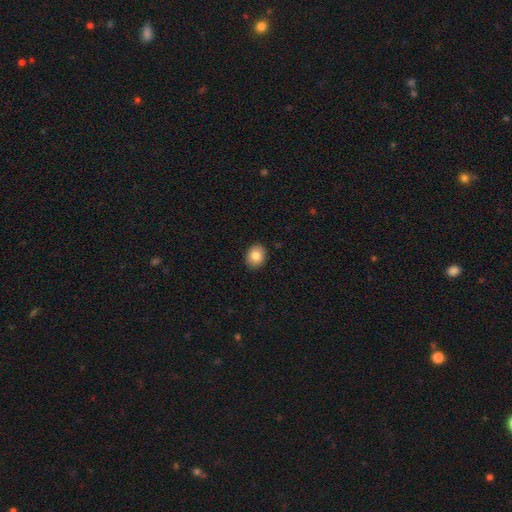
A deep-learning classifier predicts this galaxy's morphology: A smooth galaxy with no disk features (84%) that is round (53%). Merging: none (90%).